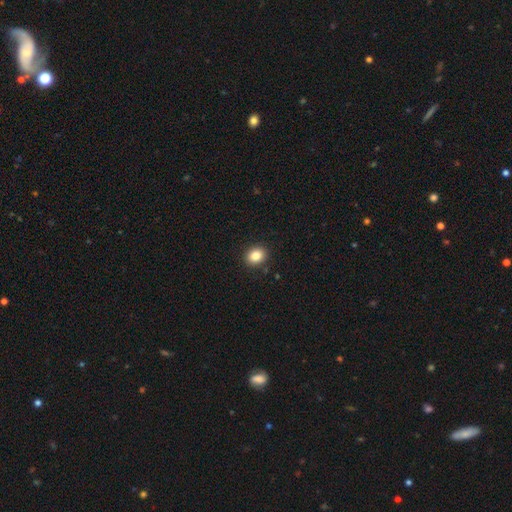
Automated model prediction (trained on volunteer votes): smooth-or-featured: smooth: 84% | star or artifact: 10% | featured or disk: 6%
  how-rounded: round: 55% | in between: 44% | cigar-shaped: 1%
  merging: none: 90% | minor disturbance: 7% | major disturbance: 2% | merger: 1%